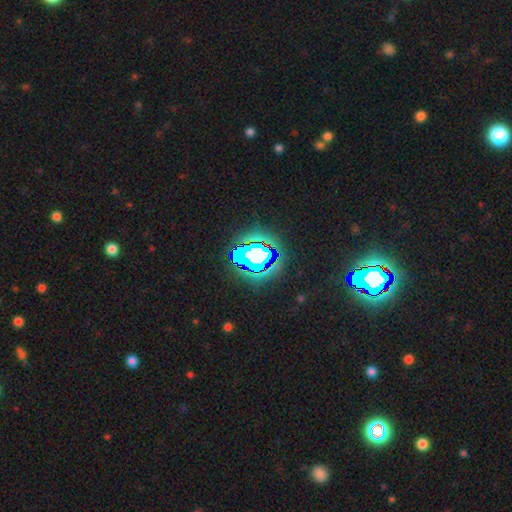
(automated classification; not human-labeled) star or artifact 62%, smooth 20%, featured or disk 18%.